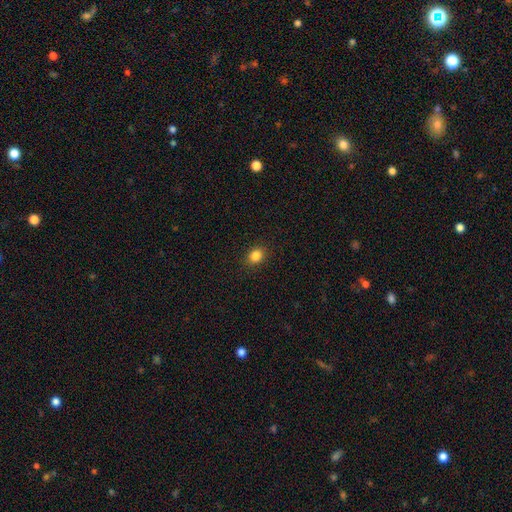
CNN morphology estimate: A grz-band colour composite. It shows a smooth galaxy with no disk features (85%) that is round (63%). Merging: none (90%).